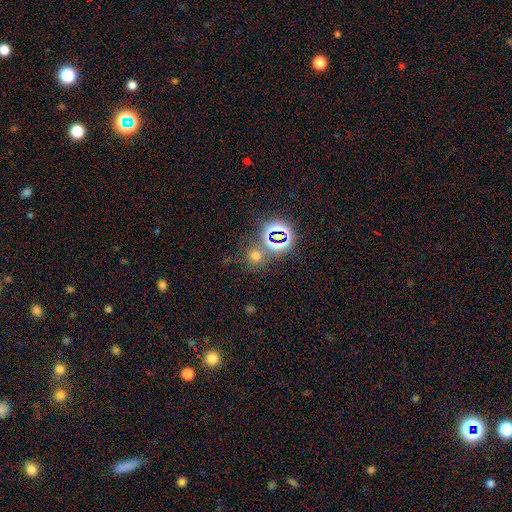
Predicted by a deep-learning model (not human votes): This is possibly a smooth galaxy (50%). How rounded: clearly round (85%). Merging: likely none (68%).